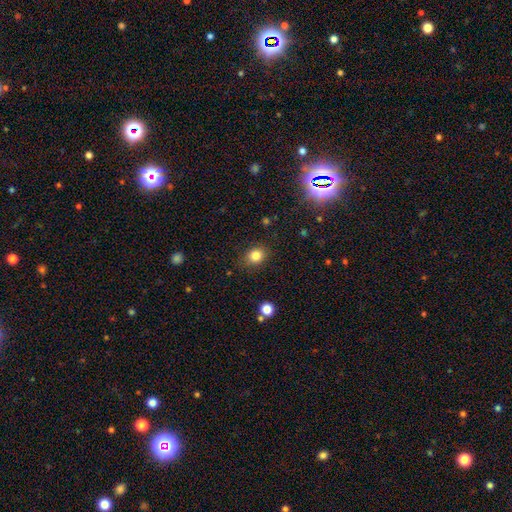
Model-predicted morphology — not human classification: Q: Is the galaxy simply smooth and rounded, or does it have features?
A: smooth — 83%.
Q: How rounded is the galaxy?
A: round — 63%.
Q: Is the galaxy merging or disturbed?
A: none — 83%.